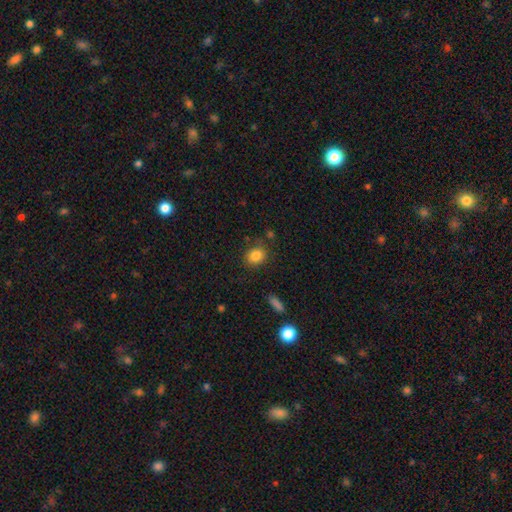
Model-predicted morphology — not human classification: type=smooth (85%); roundness=round (60%); merging=none (80%).